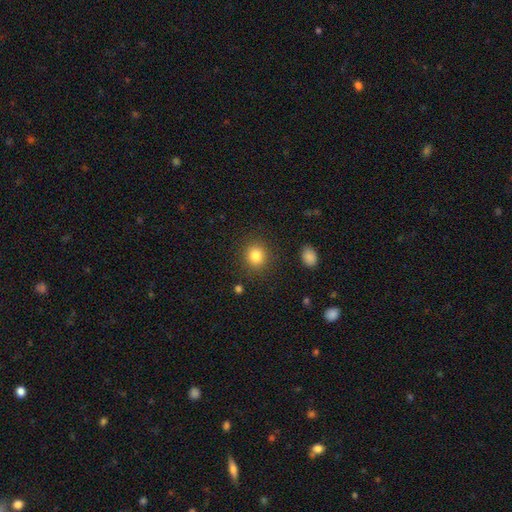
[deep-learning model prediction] A smooth galaxy with no disk features (84%) that is round (80%). Merging: none (86%).